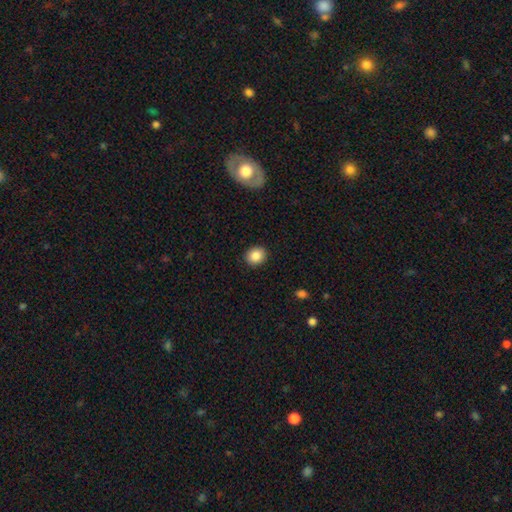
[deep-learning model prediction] Smooth or featured: smooth — 87% (star or artifact — 9%)
How rounded: round — 67% (in between — 32%)
Merging: none — 91% (minor disturbance — 6%)